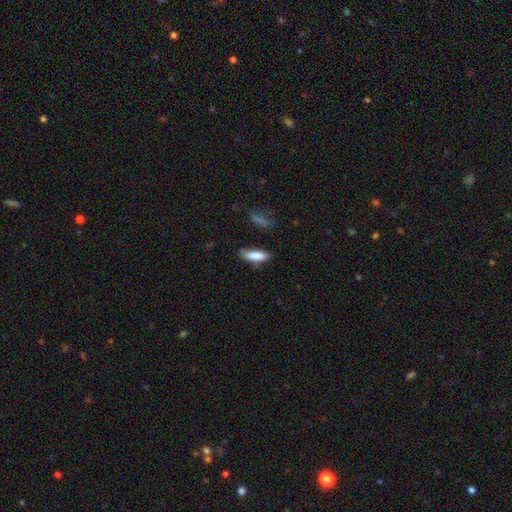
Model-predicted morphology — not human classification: Smooth or featured? smooth (86%)
How rounded? in between (59%)
Merging? none (75%)